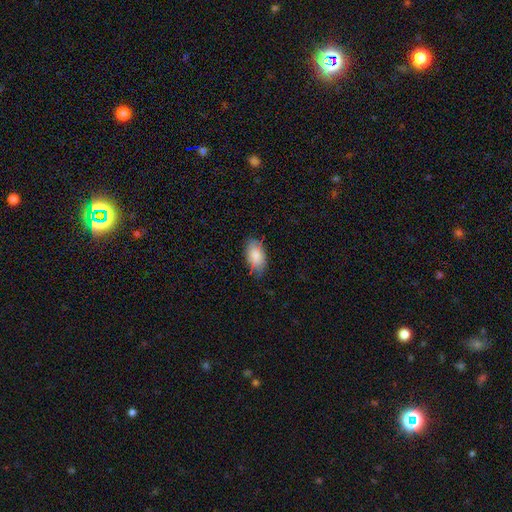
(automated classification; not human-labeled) smooth_or_featured: smooth (p=0.84) [alt: featured or disk p=0.09]
how_rounded: in between (p=0.93) [alt: round p=0.05]
merging: none (p=0.72) [alt: minor disturbance p=0.22]